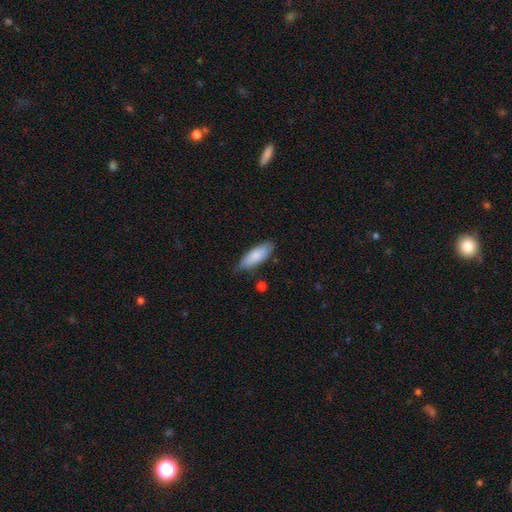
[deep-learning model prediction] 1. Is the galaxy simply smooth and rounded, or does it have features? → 84% smooth, 10% featured or disk, 5% star or artifact.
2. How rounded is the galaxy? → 72% in between, 26% cigar-shaped, 2% round.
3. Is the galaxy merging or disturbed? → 73% none, 21% minor disturbance, 3% major disturbance, 2% merger.